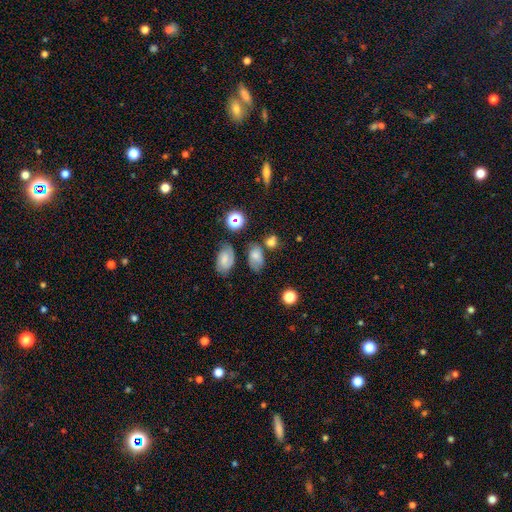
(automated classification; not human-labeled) Q: Smooth or featured?
A: smooth (63%); runner-up: featured or disk (19%)
Q: How rounded?
A: in between (80%); runner-up: round (18%)
Q: Merging?
A: none (57%); runner-up: minor disturbance (22%)